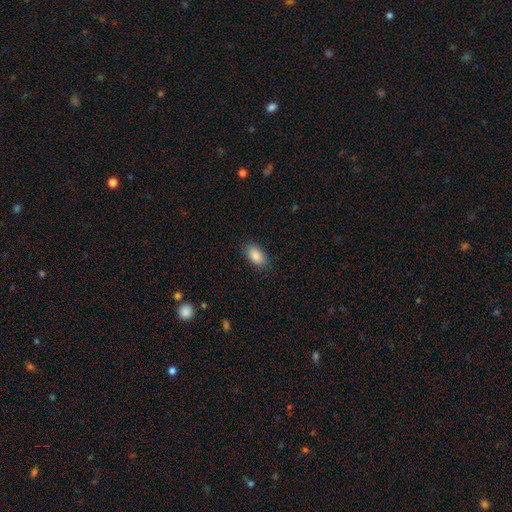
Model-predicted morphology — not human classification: smooth-or-featured: smooth: 88% | star or artifact: 7% | featured or disk: 5%
  how-rounded: in between: 93% | round: 5% | cigar-shaped: 2%
  merging: none: 86% | minor disturbance: 10% | major disturbance: 3% | merger: 1%